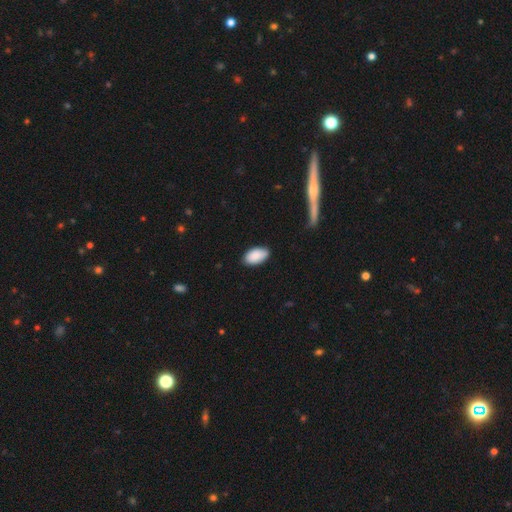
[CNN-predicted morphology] A smooth galaxy with no disk features (88%) that is in between round and cigar-shaped (95%).

Vote fractions:
- Smooth or featured? smooth: 88% / star or artifact: 6% / featured or disk: 5%
- How rounded? in between: 95% / round: 3% / cigar-shaped: 2%
- Merging? none: 83% / minor disturbance: 13% / major disturbance: 2% / merger: 1%